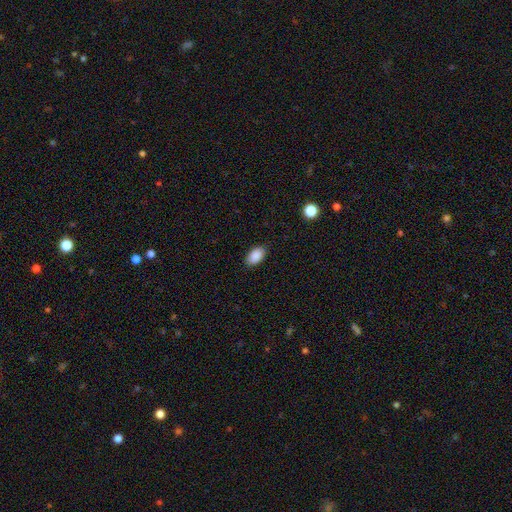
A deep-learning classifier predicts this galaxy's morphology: This appears to be a smooth galaxy with no disk features (89%) that is in between round and cigar-shaped (94%). Merging: none (87%).